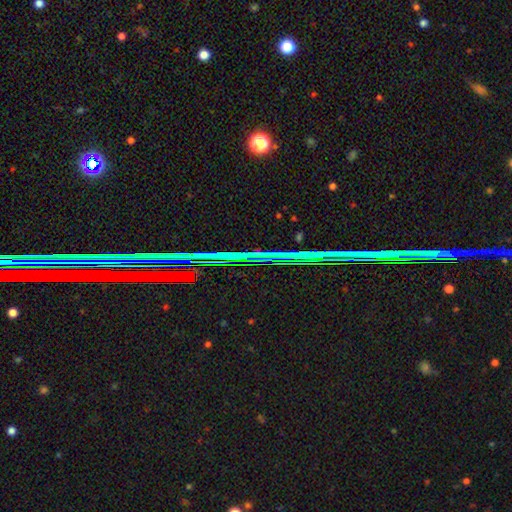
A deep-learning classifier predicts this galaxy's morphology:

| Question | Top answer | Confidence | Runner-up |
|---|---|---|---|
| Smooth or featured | star or artifact | 85% | featured or disk (8%) |